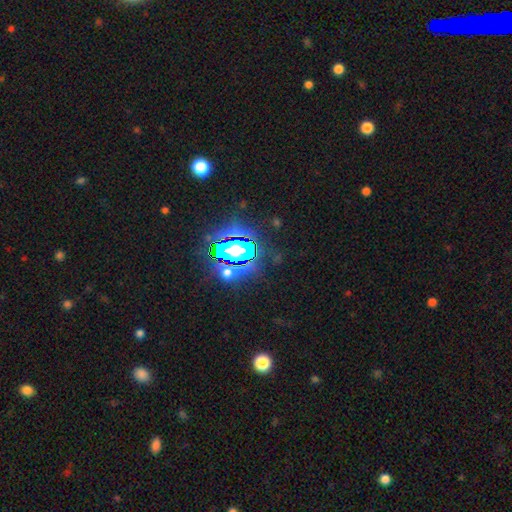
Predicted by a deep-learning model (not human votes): smooth-or-featured: star or artifact: 82% | smooth: 11% | featured or disk: 7%